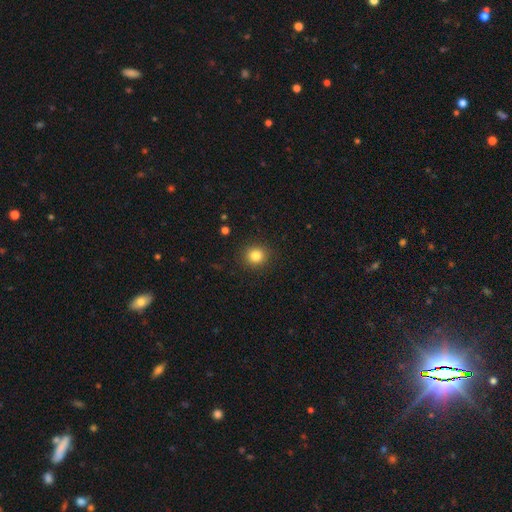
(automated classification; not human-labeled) smooth-or-featured: smooth: 83% | star or artifact: 11% | featured or disk: 5%
  how-rounded: round: 89% | in between: 10% | cigar-shaped: 1%
  merging: none: 90% | minor disturbance: 6% | major disturbance: 2% | merger: 1%